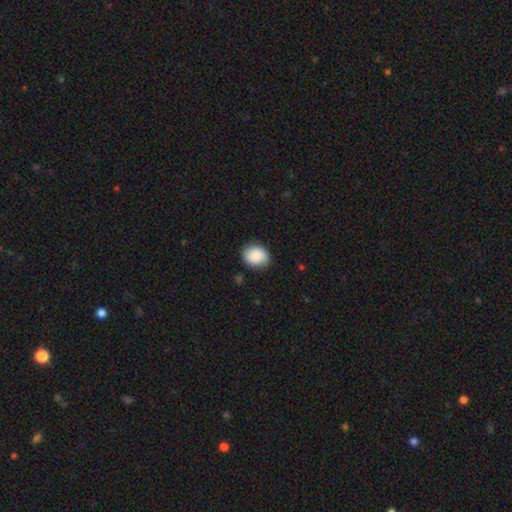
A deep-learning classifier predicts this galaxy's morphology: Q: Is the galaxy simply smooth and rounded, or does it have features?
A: smooth — 87%.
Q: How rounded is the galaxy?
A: round — 59%.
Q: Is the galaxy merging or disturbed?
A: none — 80%.